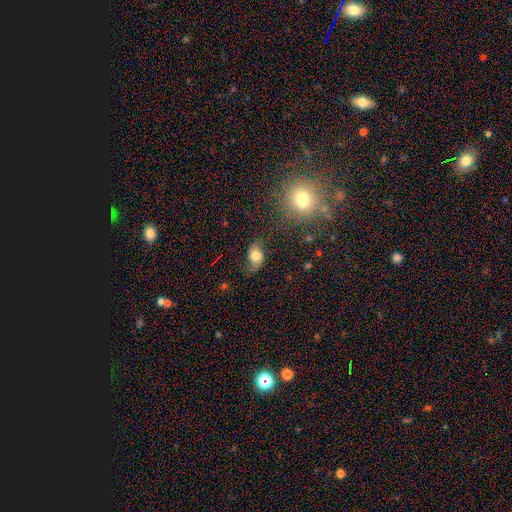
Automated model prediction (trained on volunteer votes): Morphology: type=smooth (52%); roundness=in between (74%); merging=none (60%).